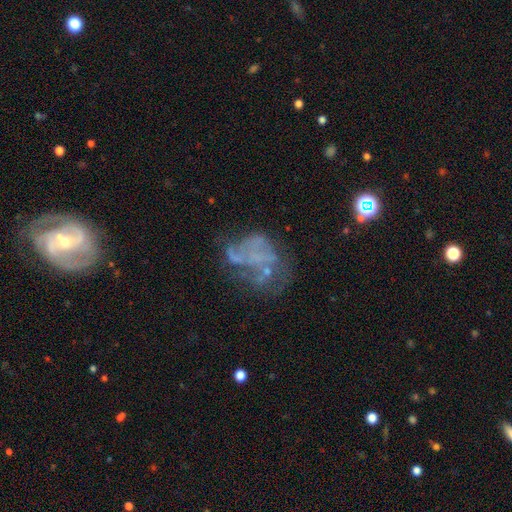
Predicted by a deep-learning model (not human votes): Smooth or featured?
  - featured or disk: 63% *
  - star or artifact: 19%
  - smooth: 18%
Edge-on disk?
  - no: 98% *
  - yes: 2%
Bar?
  - no: 85% *
  - weak: 11%
  - strong: 4%
Spiral arms?
  - no: 64% *
  - yes: 36%
Bulge size?
  - none: 78% *
  - small: 14%
  - moderate: 6%
  - large: 2%
  - dominant: 1%
Merging?
  - none: 43% *
  - major disturbance: 32%
  - minor disturbance: 18%
  - merger: 7%